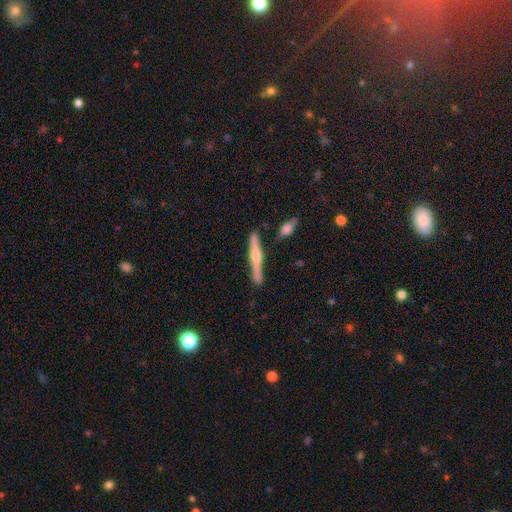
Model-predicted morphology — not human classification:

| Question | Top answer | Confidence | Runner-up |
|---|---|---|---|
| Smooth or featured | featured or disk | 65% | smooth (29%) |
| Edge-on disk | yes | 97% | no (3%) |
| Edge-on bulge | rounded | 83% | boxy (9%) |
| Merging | none | 84% | minor disturbance (10%) |